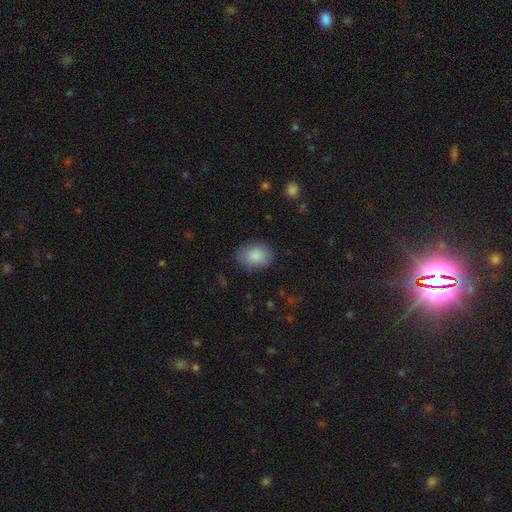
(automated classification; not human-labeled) A smooth galaxy with no disk features (88%) that is in between round and cigar-shaped (59%).

Vote fractions:
- Smooth or featured? smooth: 88% / star or artifact: 7% / featured or disk: 5%
- How rounded? in between: 59% / round: 40% / cigar-shaped: 1%
- Merging? none: 82% / minor disturbance: 13% / major disturbance: 4% / merger: 1%